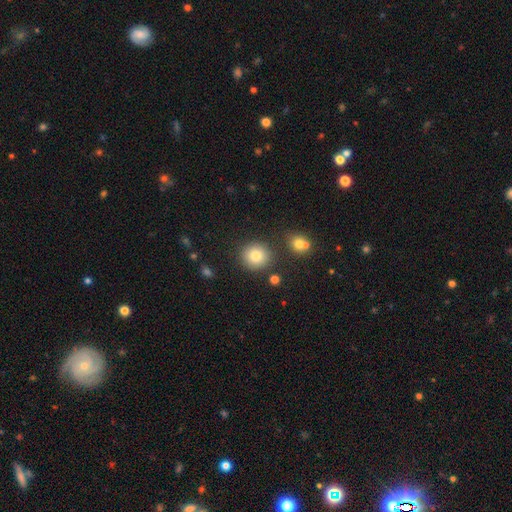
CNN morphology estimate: A smooth galaxy with no disk features (81%) that is round (89%). Merging: none (83%).